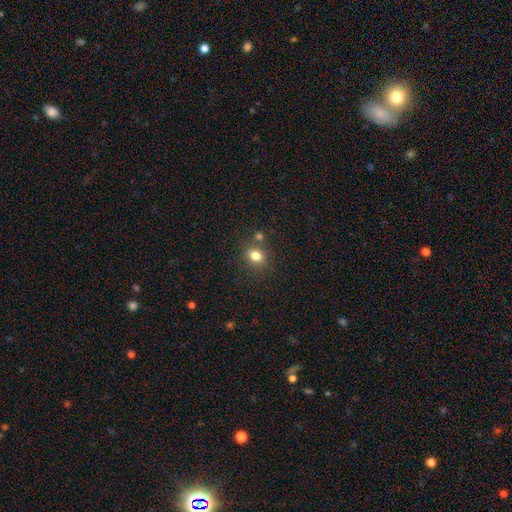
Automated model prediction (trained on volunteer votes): Q: Smooth or featured?
A: smooth (80%); runner-up: star or artifact (13%)
Q: How rounded?
A: round (61%); runner-up: in between (38%)
Q: Merging?
A: none (71%); runner-up: merger (14%)